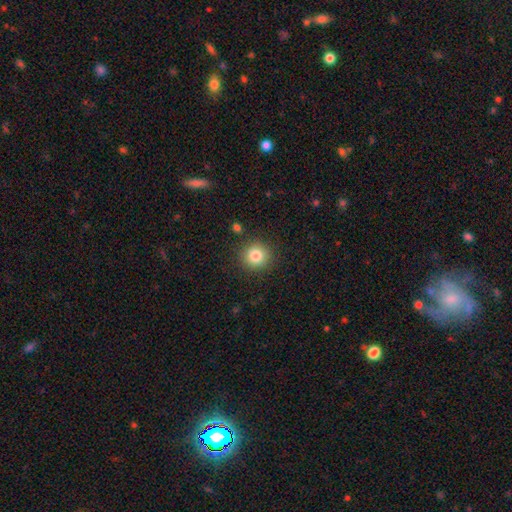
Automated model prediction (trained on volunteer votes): smooth 83%, star or artifact 11%, featured or disk 6%. Down the decision tree: how rounded — round (93%); merging — none (89%).